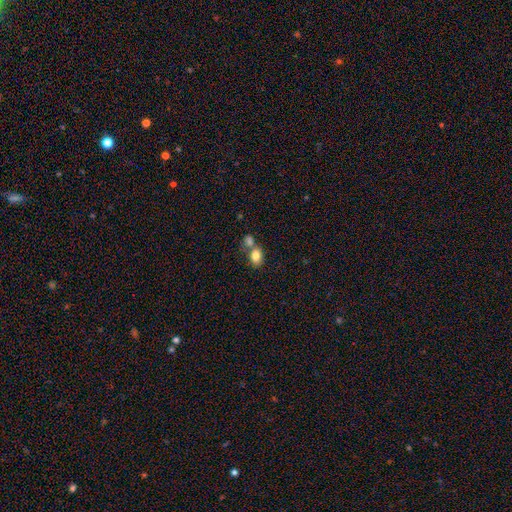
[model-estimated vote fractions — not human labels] smooth_or_featured: smooth (p=0.81) [alt: featured or disk p=0.10]
how_rounded: in between (p=0.68) [alt: round p=0.31]
merging: merger (p=0.44) [alt: none p=0.43]